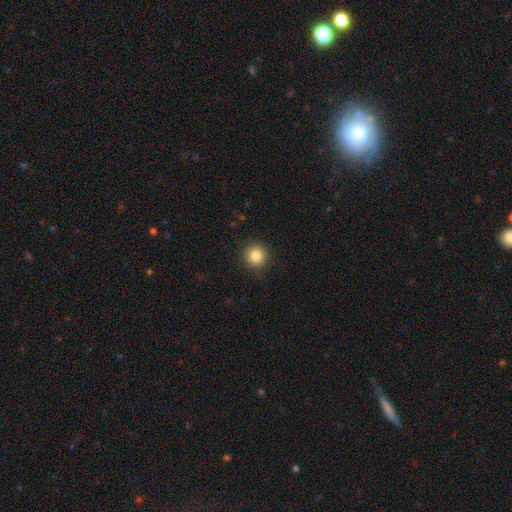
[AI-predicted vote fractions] A smooth galaxy with no disk features (84%) that is round (94%).

Vote fractions:
- Smooth or featured? smooth: 84% / star or artifact: 10% / featured or disk: 5%
- How rounded? round: 94% / in between: 5% / cigar-shaped: 1%
- Merging? none: 90% / minor disturbance: 7% / major disturbance: 2% / merger: 1%